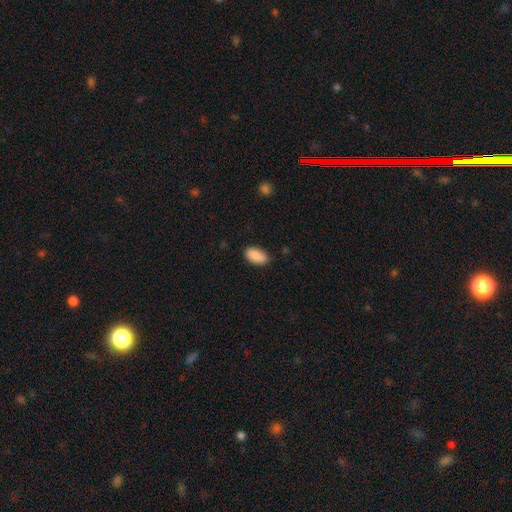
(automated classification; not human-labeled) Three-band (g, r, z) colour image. It shows a smooth galaxy with no disk features (89%) that is in between round and cigar-shaped (93%). Merging: none (83%).